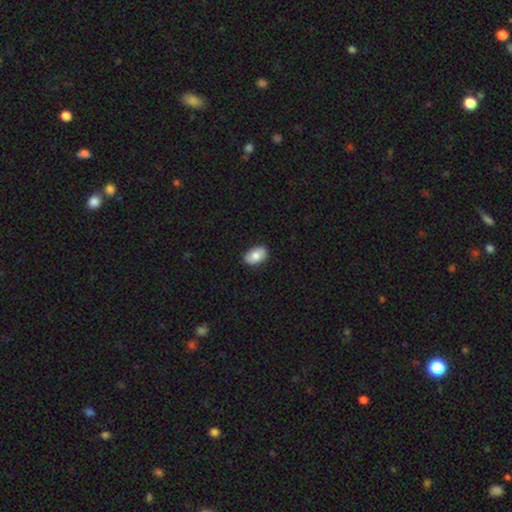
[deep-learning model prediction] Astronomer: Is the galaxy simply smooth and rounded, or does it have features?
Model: smooth — 81%.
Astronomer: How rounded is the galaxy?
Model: in between — 91%.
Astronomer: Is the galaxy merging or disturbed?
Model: none — 87%.